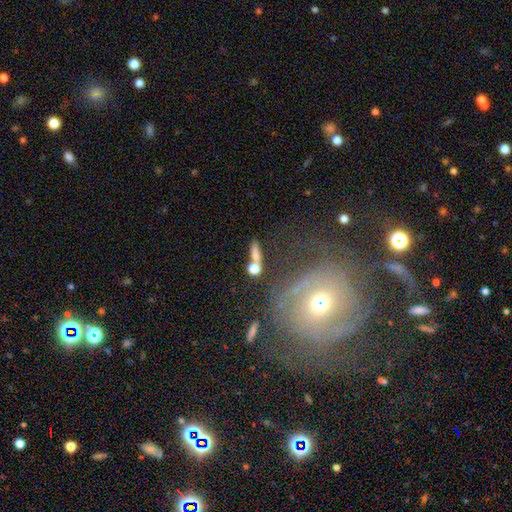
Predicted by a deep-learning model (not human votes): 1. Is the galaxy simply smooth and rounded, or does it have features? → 69% smooth, 20% featured or disk, 11% star or artifact.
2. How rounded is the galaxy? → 42% in between, 38% cigar-shaped, 20% round.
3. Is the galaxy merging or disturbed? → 45% none, 32% merger, 13% minor disturbance, 9% major disturbance.